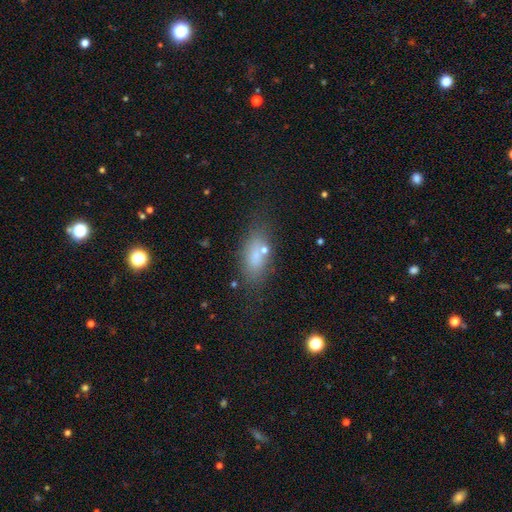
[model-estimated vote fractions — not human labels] Smooth or featured: smooth — 72% (featured or disk — 15%)
How rounded: in between — 81% (cigar-shaped — 14%)
Merging: none — 68% (minor disturbance — 17%)